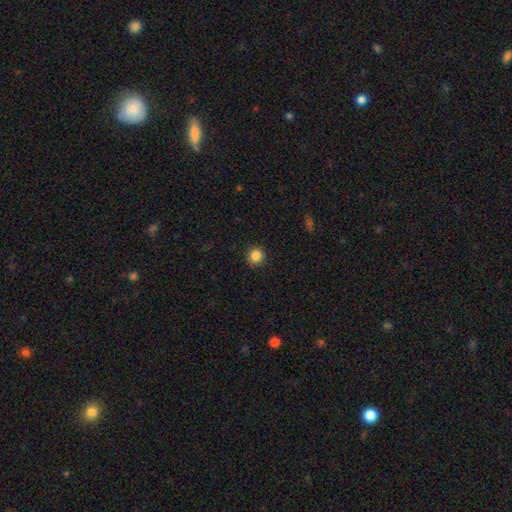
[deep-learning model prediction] Smooth or featured?
  - smooth: 86% *
  - star or artifact: 11%
  - featured or disk: 4%
How rounded?
  - round: 89% *
  - in between: 10%
  - cigar-shaped: 1%
Merging?
  - none: 91% *
  - minor disturbance: 6%
  - major disturbance: 2%
  - merger: 1%